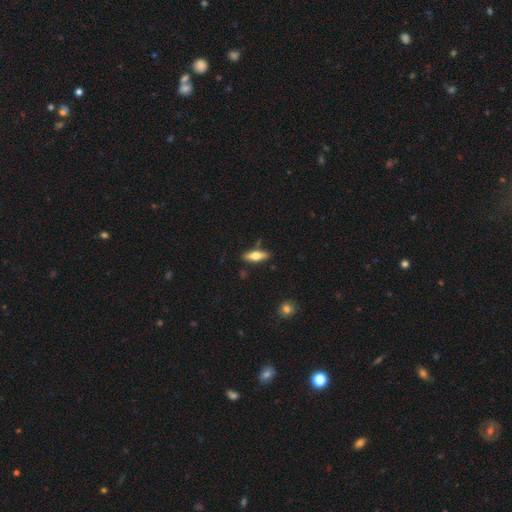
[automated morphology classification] Smooth or featured? smooth (57%)
How rounded? cigar-shaped (50%)
Merging? none (84%)